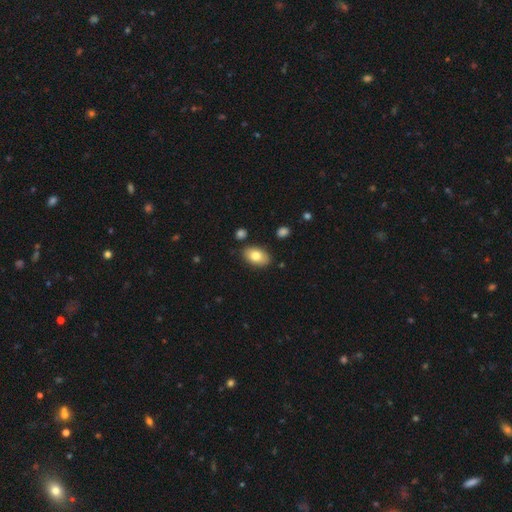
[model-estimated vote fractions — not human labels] Smooth or featured?
  - smooth: 79% *
  - featured or disk: 14%
  - star or artifact: 7%
How rounded?
  - in between: 91% *
  - round: 8%
  - cigar-shaped: 1%
Merging?
  - none: 83% *
  - minor disturbance: 11%
  - merger: 3%
  - major disturbance: 2%